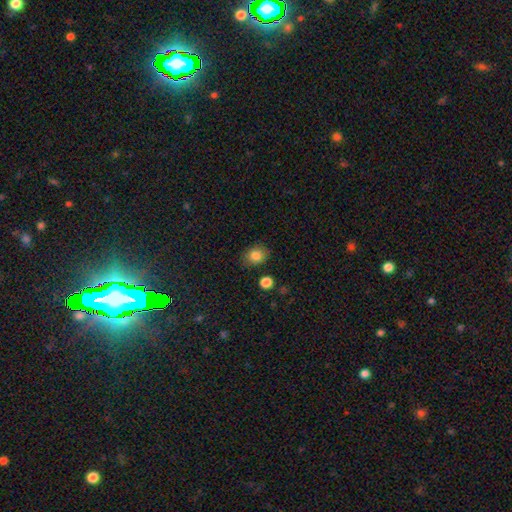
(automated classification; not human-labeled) smooth-or-featured: smooth: 84% | star or artifact: 10% | featured or disk: 6%
  how-rounded: round: 52% | in between: 47% | cigar-shaped: 1%
  merging: none: 83% | minor disturbance: 11% | merger: 3% | major disturbance: 3%